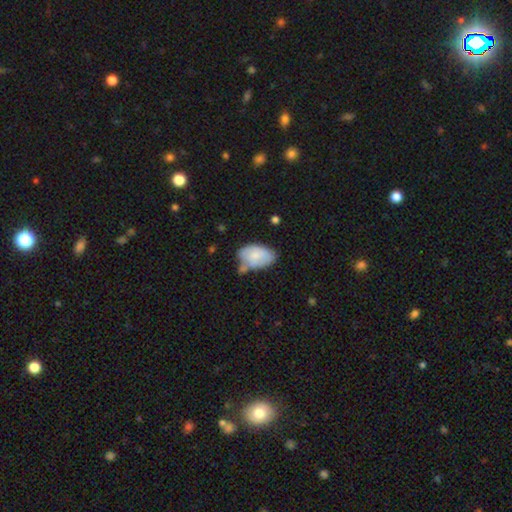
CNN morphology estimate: Smooth or featured: smooth — 70% (featured or disk — 24%)
How rounded: in between — 92% (round — 7%)
Merging: none — 39% (minor disturbance — 35%)